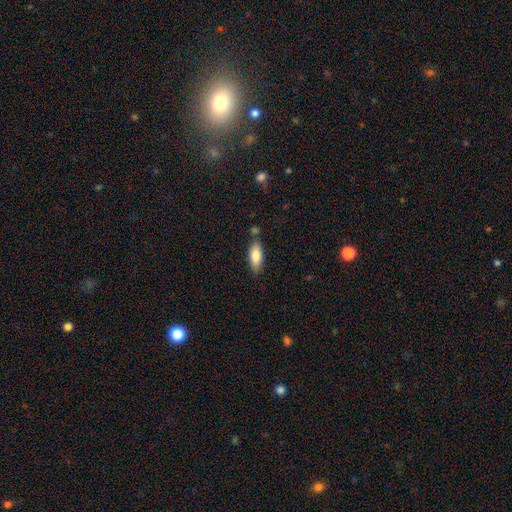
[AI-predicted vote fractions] A smooth galaxy with no disk features (81%) that is in between round and cigar-shaped (78%). Merging: none (76%).